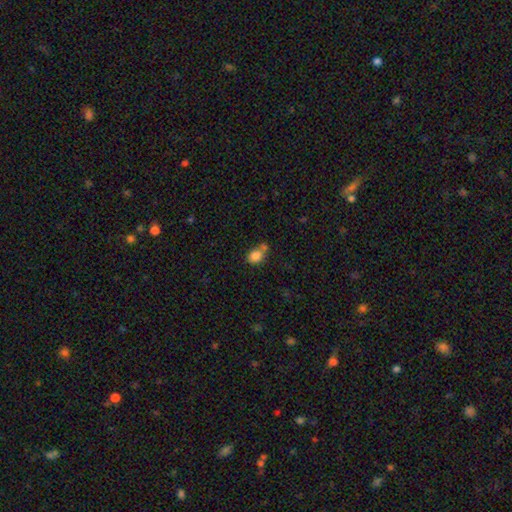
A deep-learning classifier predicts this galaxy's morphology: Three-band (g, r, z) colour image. It shows a smooth galaxy with no disk features (83%) that is in between round and cigar-shaped (57%). Merging: none (46%).